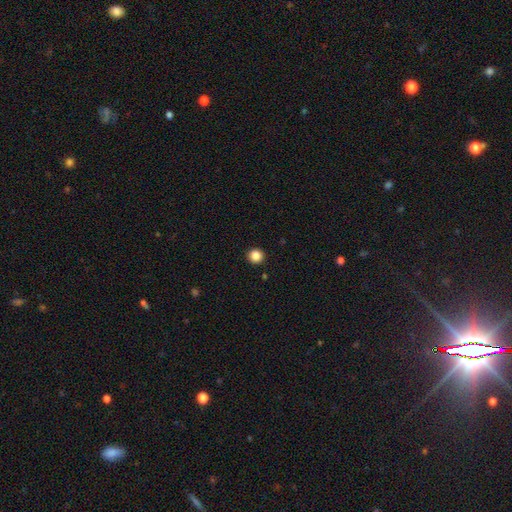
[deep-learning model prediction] smooth 86%, star or artifact 11%, featured or disk 4%. Down the decision tree: how rounded — round (95%); merging — none (93%).